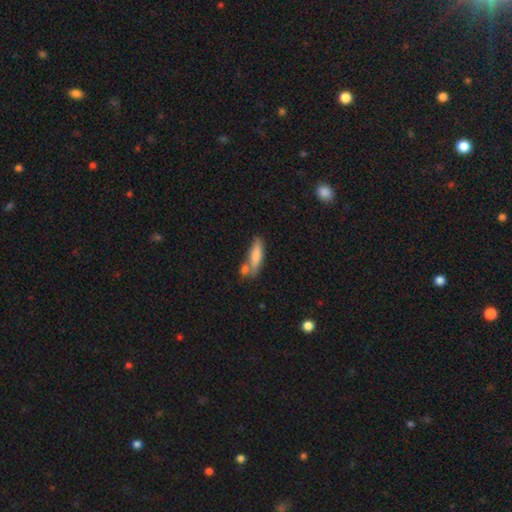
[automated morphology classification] A smooth galaxy with no disk features (80%) that is cigar-shaped (51%). Merging: none (51%).